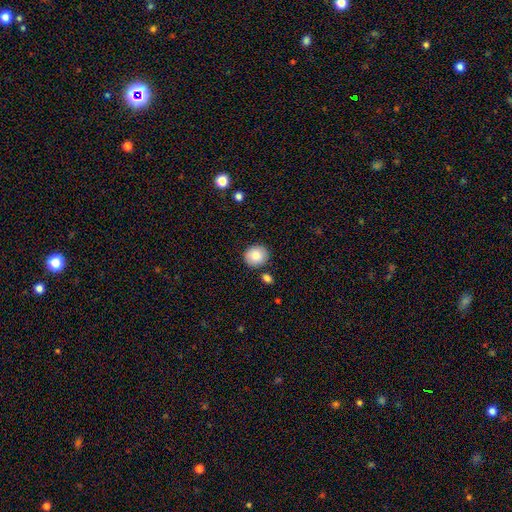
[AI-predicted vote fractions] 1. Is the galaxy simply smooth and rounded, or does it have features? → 87% smooth, 8% star or artifact, 6% featured or disk.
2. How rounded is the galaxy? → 79% round, 21% in between, 1% cigar-shaped.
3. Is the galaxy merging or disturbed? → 84% none, 9% minor disturbance, 4% merger, 2% major disturbance.